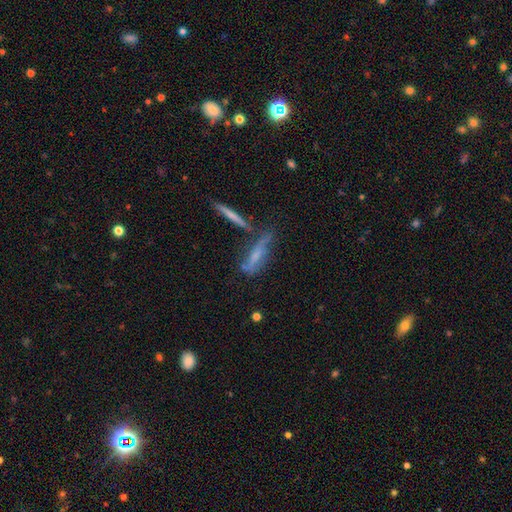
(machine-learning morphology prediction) type=featured or disk (53%); edge-on=yes (53%); merging=none (40%).